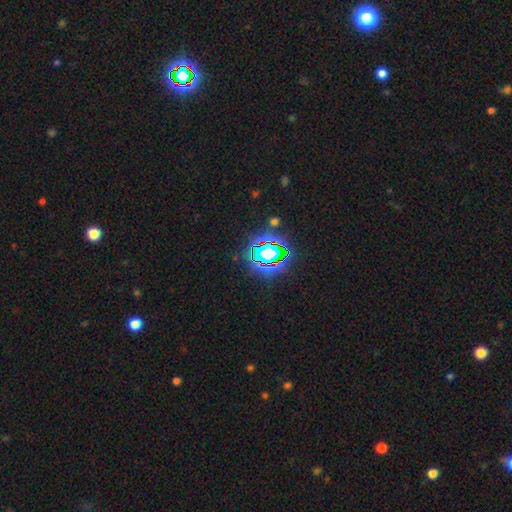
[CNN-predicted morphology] star or artifact 76%, smooth 15%, featured or disk 9%.